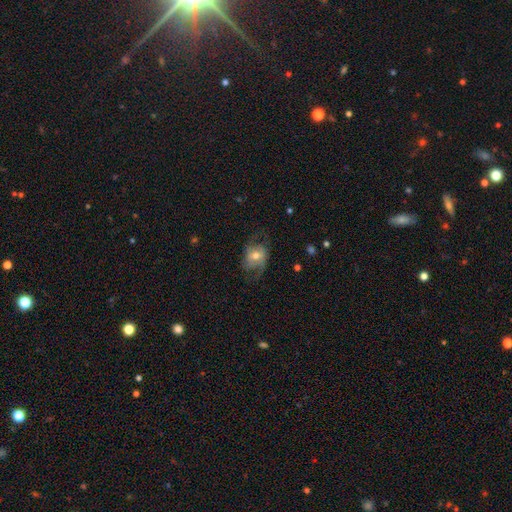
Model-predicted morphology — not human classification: smooth-or-featured: featured or disk: 66% | smooth: 27% | star or artifact: 8%
  disk-edge-on: no: 96% | yes: 4%
    bar: no: 61% | weak: 31% | strong: 9%
    has-spiral-arms: yes: 86% | no: 14%
      spiral-winding: loose: 45% | medium: 41% | tight: 14%
      spiral-arm-count: 2: 76% | can't tell: 10% | 1: 6% | 3: 5% | 4: 2% | more than 4: 2%
    bulge-size: moderate: 66% | small: 26% | large: 6% | none: 1% | dominant: 1%
  merging: none: 56% | major disturbance: 21% | minor disturbance: 21% | merger: 1%